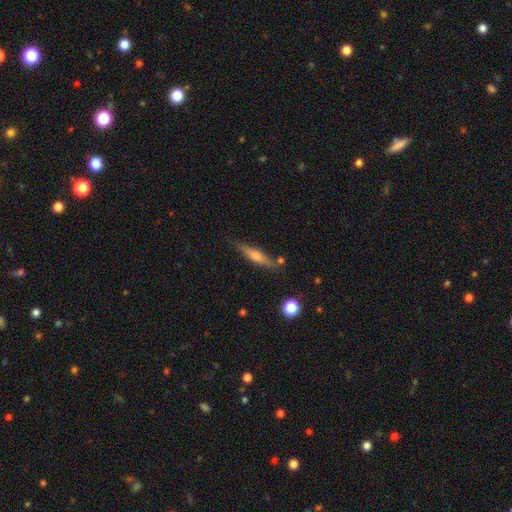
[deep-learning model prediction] A featured or disk galaxy (60%) viewed edge-on (96%) with a rounded central bulge (82%).

Vote fractions:
- Smooth or featured? featured or disk: 60% / smooth: 33% / star or artifact: 7%
- Edge-on disk? yes: 96% / no: 4%
- Edge-on bulge? rounded: 82% / boxy: 10% / none: 7%
- Merging? none: 82% / minor disturbance: 11% / merger: 4% / major disturbance: 3%